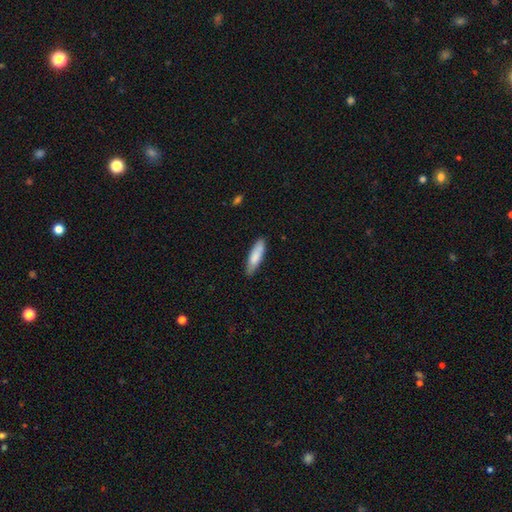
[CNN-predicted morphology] type=smooth (82%); roundness=cigar-shaped (61%); merging=none (81%).